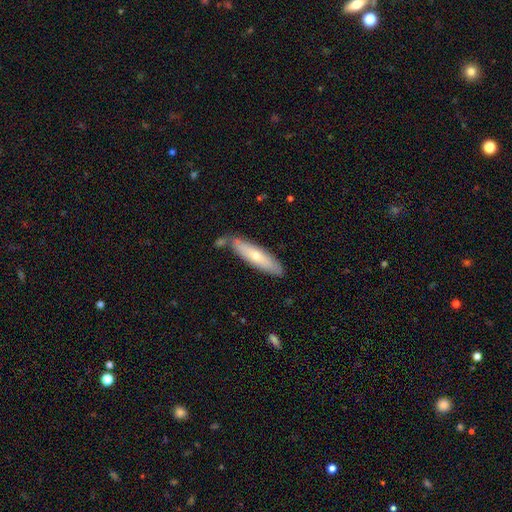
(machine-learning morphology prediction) Smooth or featured: smooth — 59% (featured or disk — 36%)
How rounded: cigar-shaped — 72% (in between — 27%)
Merging: none — 72% (minor disturbance — 16%)